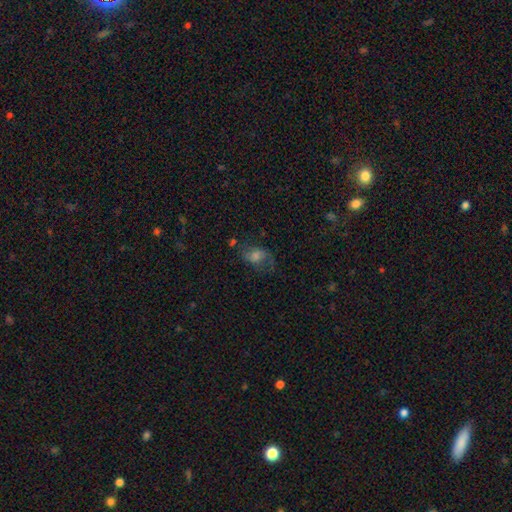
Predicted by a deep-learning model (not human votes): smooth 41% (tied), featured or disk 41% (tied), star or artifact 18%. Down the decision tree: merging — none (55%).